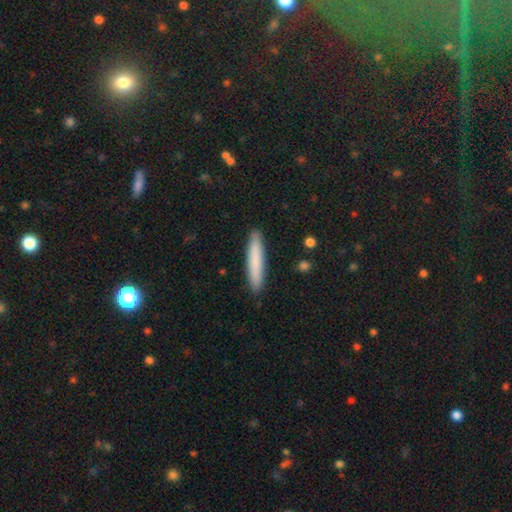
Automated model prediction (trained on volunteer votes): A smooth galaxy with no disk features (78%) that is cigar-shaped (93%).

Vote fractions:
- Smooth or featured? smooth: 78% / featured or disk: 15% / star or artifact: 7%
- How rounded? cigar-shaped: 93% / in between: 6% / round: 1%
- Merging? none: 90% / minor disturbance: 7% / major disturbance: 1% / merger: 1%